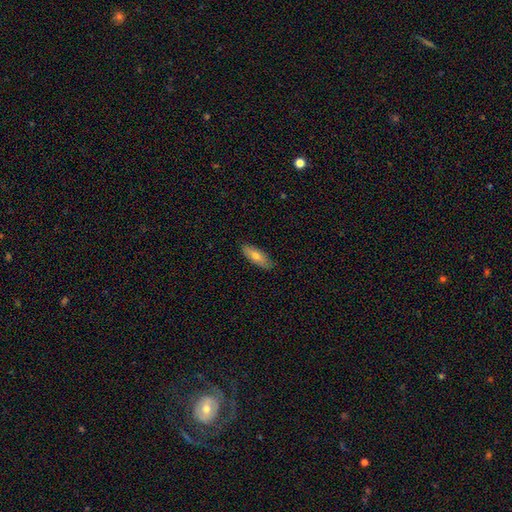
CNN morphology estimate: Q: Smooth or featured?
A: smooth (71%); runner-up: featured or disk (23%)
Q: How rounded?
A: in between (58%); runner-up: cigar-shaped (40%)
Q: Merging?
A: none (86%); runner-up: minor disturbance (11%)